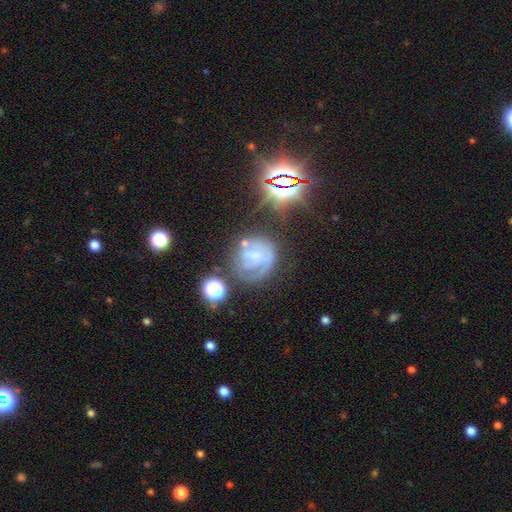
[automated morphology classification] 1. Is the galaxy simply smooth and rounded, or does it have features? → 63% featured or disk, 22% smooth, 15% star or artifact.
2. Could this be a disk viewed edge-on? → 97% no, 3% yes.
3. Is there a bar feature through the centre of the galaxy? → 57% no, 32% weak, 11% strong.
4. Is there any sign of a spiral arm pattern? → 80% yes, 20% no.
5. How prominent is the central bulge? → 44% none, 36% small, 14% moderate, 4% large, 2% dominant.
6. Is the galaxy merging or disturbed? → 54% none, 21% minor disturbance, 19% major disturbance, 6% merger.